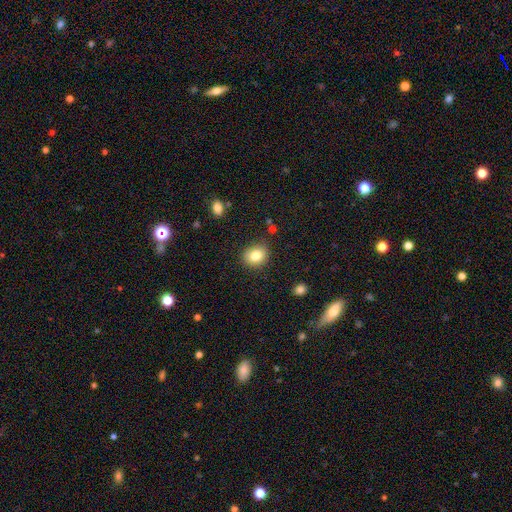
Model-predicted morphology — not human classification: A smooth galaxy with no disk features (82%) that is round (66%).

Vote fractions:
- Smooth or featured? smooth: 82% / star or artifact: 10% / featured or disk: 9%
- How rounded? round: 66% / in between: 33% / cigar-shaped: 1%
- Merging? none: 85% / minor disturbance: 10% / major disturbance: 3% / merger: 2%